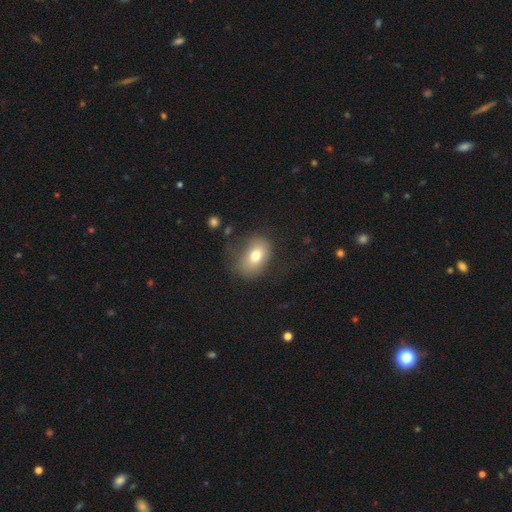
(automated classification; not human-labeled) A smooth galaxy with no disk features (75%) that is in between round and cigar-shaped (79%). Merging: none (60%).